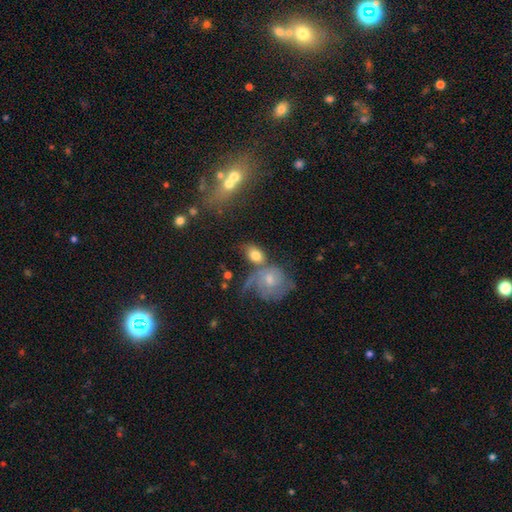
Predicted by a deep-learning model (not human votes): smooth_or_featured: smooth (p=0.71) [alt: featured or disk p=0.21]
how_rounded: in between (p=0.73) [alt: round p=0.24]
merging: none (p=0.47) [alt: merger p=0.29]